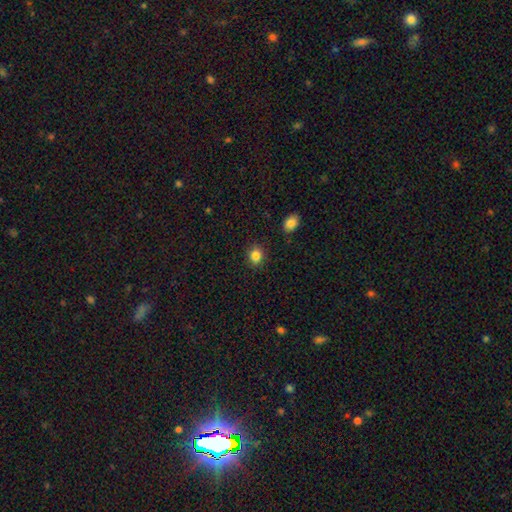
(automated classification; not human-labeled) The model was most divided on "how rounded": round: 65%, in between: 34%, cigar-shaped: 1%. More confident: merging — none (87%); smooth or featured — smooth (85%).